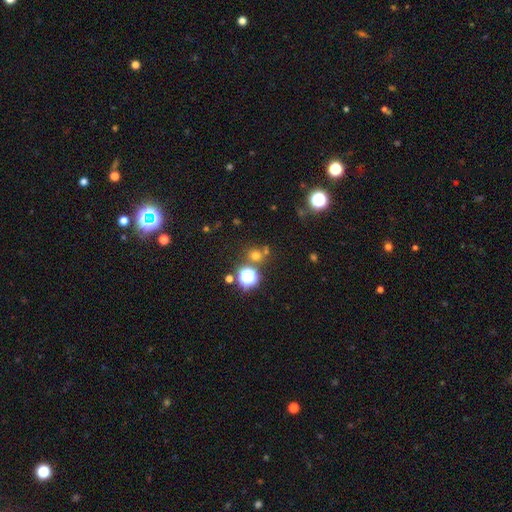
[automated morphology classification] This appears to be a smooth galaxy with no disk features (61%) that is round (87%). Merging: none (72%).